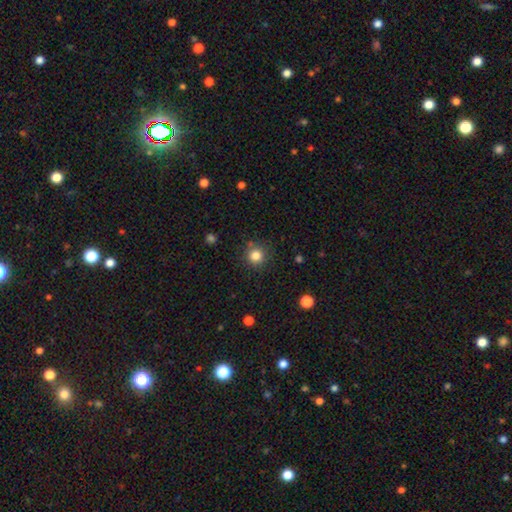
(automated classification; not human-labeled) Smooth or featured?
  - smooth: 82% *
  - star or artifact: 12%
  - featured or disk: 5%
How rounded?
  - round: 94% *
  - in between: 5%
  - cigar-shaped: 1%
Merging?
  - none: 85% *
  - minor disturbance: 9%
  - merger: 3%
  - major disturbance: 3%